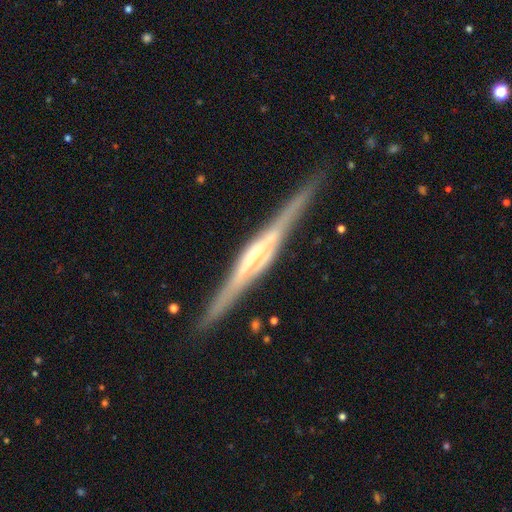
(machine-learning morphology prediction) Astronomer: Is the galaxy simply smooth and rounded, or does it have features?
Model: featured or disk — 87%.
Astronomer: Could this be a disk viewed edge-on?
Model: yes — 98%.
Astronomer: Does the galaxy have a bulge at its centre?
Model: rounded — 51% (runner-up: boxy, 38%).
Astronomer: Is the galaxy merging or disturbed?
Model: none — 87%.